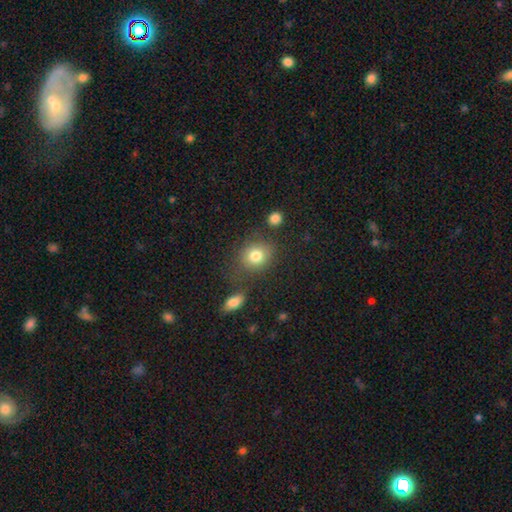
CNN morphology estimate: Smooth or featured?
  - smooth: 81% *
  - star or artifact: 10%
  - featured or disk: 9%
How rounded?
  - round: 69% *
  - in between: 30%
  - cigar-shaped: 1%
Merging?
  - none: 69% *
  - minor disturbance: 14%
  - merger: 11%
  - major disturbance: 6%